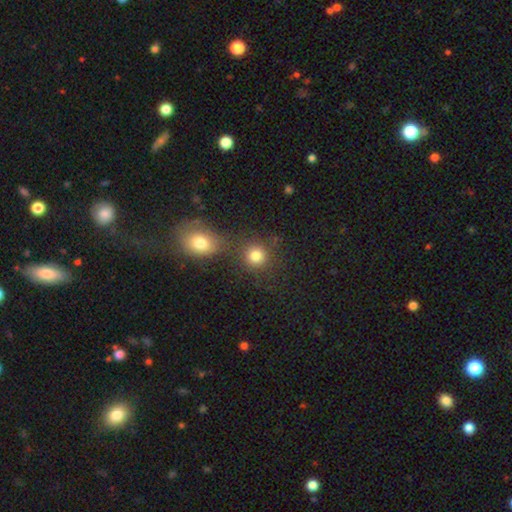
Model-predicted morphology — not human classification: This appears to be a smooth galaxy with no disk features (81%) that is round (88%). Merging: none (67%).